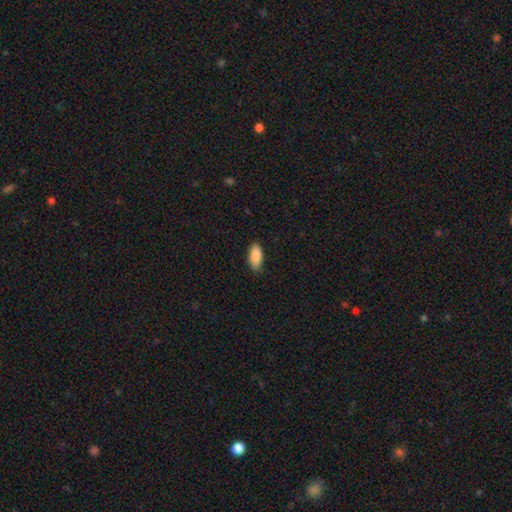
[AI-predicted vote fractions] smooth_or_featured: smooth (p=0.89) [alt: star or artifact p=0.06]
how_rounded: in between (p=0.88) [alt: cigar-shaped p=0.10]
merging: none (p=0.82) [alt: minor disturbance p=0.15]